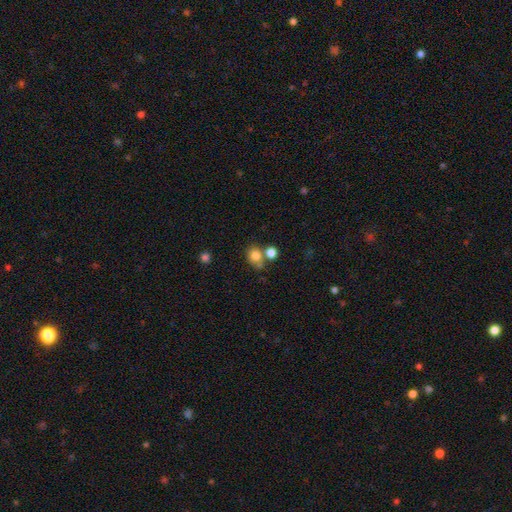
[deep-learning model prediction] Smooth or featured: smooth — 79% (star or artifact — 12%)
How rounded: round — 75% (in between — 24%)
Merging: none — 56% (merger — 28%)